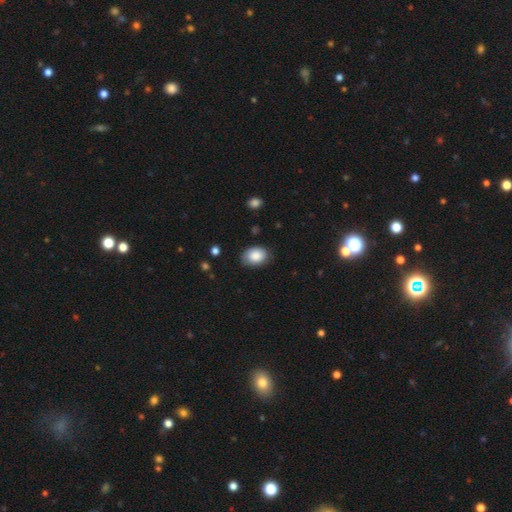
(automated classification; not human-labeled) Overall: smooth (87%). How rounded: in between (78%). Merging: none (80%).